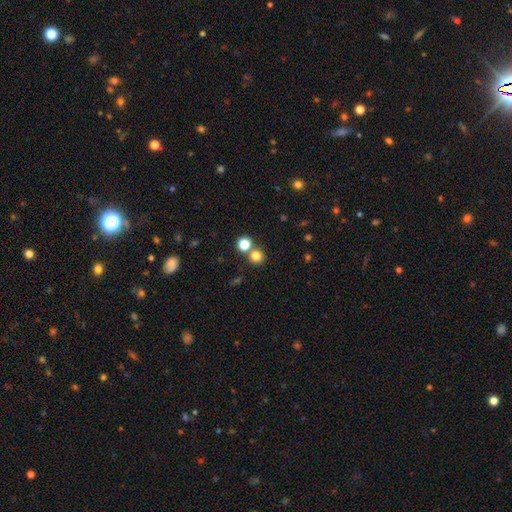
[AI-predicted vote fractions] Smooth or featured: smooth — 78% (star or artifact — 16%)
How rounded: round — 92% (in between — 7%)
Merging: none — 68% (merger — 22%)